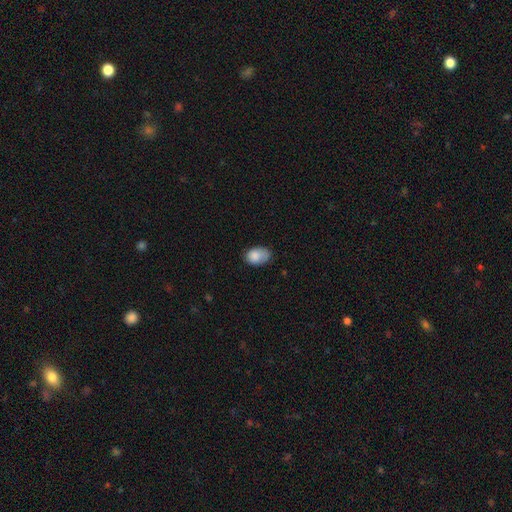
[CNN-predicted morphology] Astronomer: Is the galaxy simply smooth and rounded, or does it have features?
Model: smooth — 84%.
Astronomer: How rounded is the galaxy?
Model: in between — 85%.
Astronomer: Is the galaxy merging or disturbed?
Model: none — 55% (runner-up: minor disturbance, 34%).